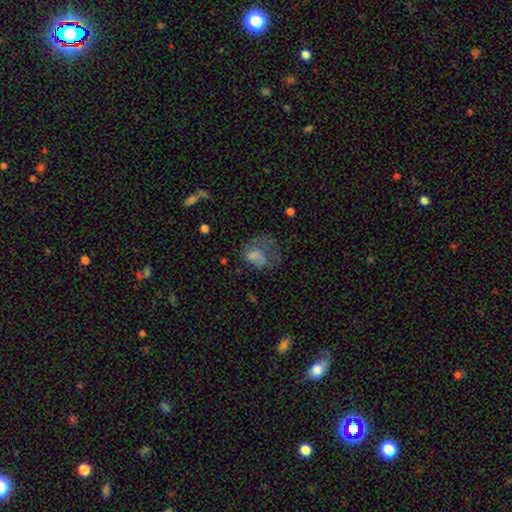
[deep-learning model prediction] smooth_or_featured: smooth (p=0.56) [alt: featured or disk p=0.32]
how_rounded: in between (p=0.56) [alt: round p=0.43]
merging: major disturbance (p=0.52) [alt: none p=0.23]